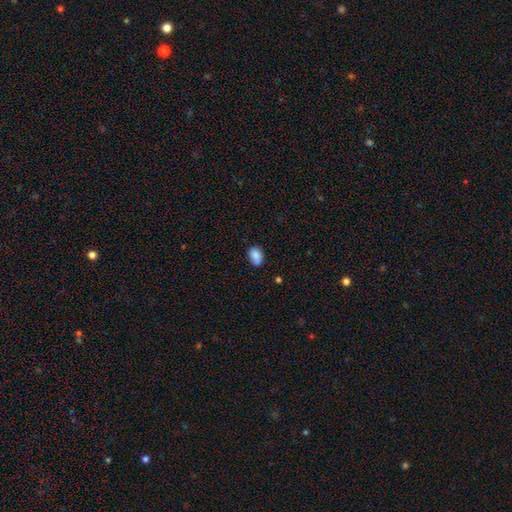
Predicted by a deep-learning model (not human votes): smooth-or-featured: smooth: 85% | star or artifact: 8% | featured or disk: 7%
  how-rounded: in between: 80% | round: 19% | cigar-shaped: 1%
  merging: none: 64% | minor disturbance: 26% | major disturbance: 5% | merger: 4%